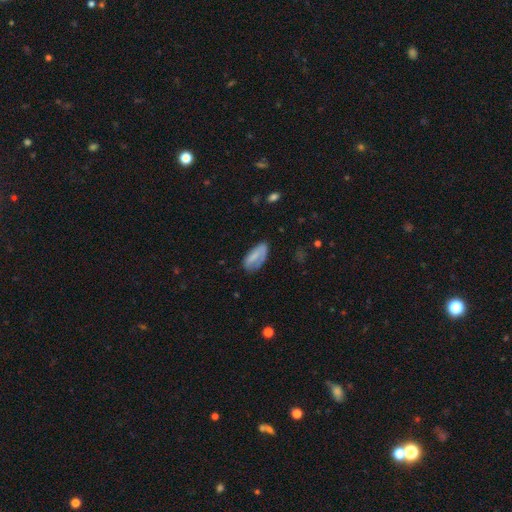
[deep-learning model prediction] smooth-or-featured: smooth: 69% | featured or disk: 24% | star or artifact: 7%
  how-rounded: in between: 85% | cigar-shaped: 12% | round: 3%
  merging: none: 55% | minor disturbance: 29% | major disturbance: 14% | merger: 3%